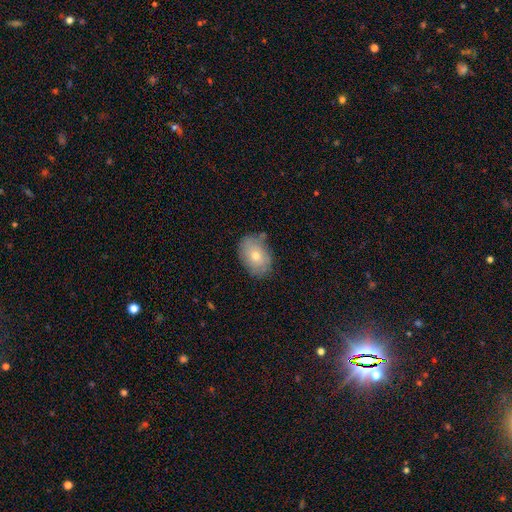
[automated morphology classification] Q: Smooth or featured?
A: smooth (65%); runner-up: featured or disk (26%)
Q: How rounded?
A: in between (79%); runner-up: round (20%)
Q: Merging?
A: none (77%); runner-up: minor disturbance (17%)